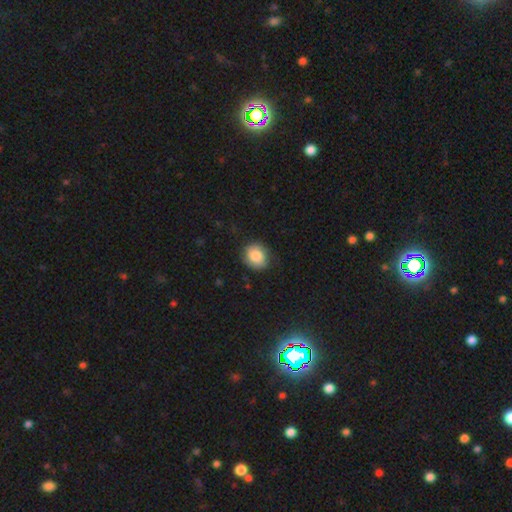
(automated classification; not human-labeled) Smooth or featured? Predicted: smooth (p=0.84). How rounded? Predicted: round (p=0.67). Merging? Predicted: none (p=0.78).